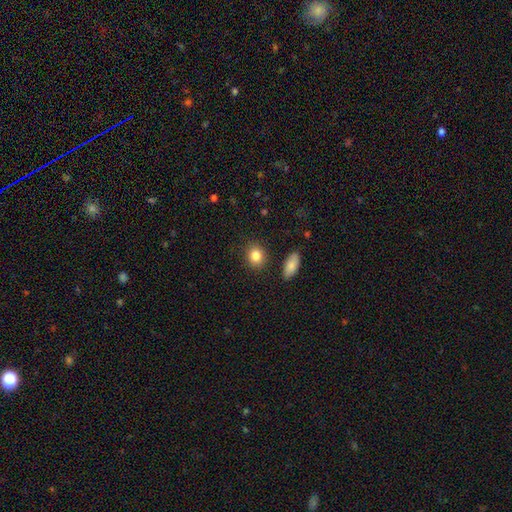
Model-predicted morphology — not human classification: The model was most divided on "how rounded": round: 65%, in between: 34%, cigar-shaped: 1%. More confident: merging — none (86%); smooth or featured — smooth (85%).